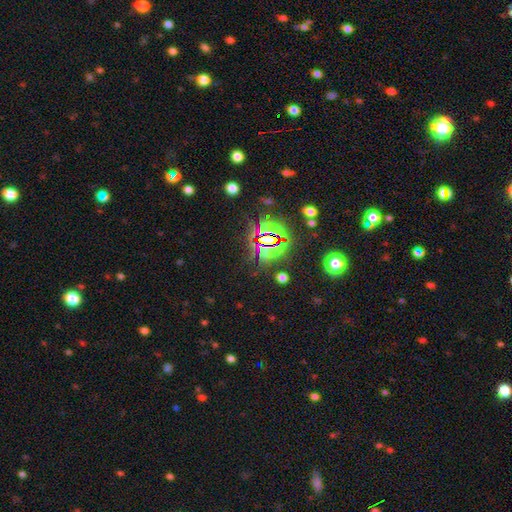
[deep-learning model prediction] smooth-or-featured: star or artifact: 81% | smooth: 11% | featured or disk: 8%